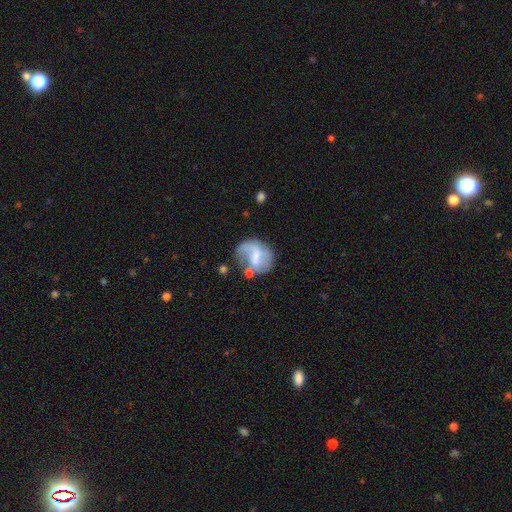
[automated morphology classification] A featured or disk galaxy (54%) with a weak bar (43%), spiral arms (58%) and no central bulge (33%, tied with small). Merging: none (39%).